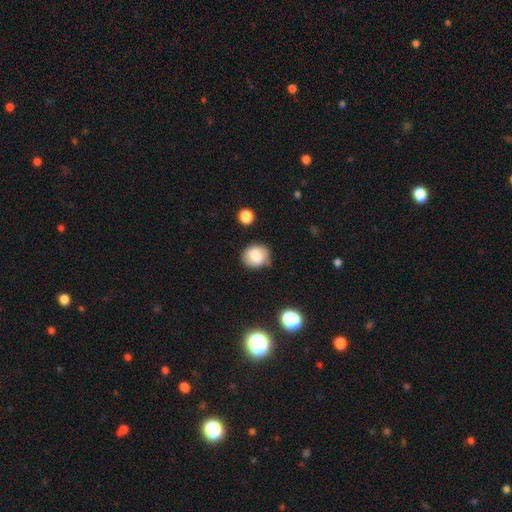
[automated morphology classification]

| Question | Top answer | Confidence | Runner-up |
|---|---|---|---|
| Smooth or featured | smooth | 81% | star or artifact (9%) |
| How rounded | round | 65% | in between (34%) |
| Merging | none | 75% | minor disturbance (18%) |